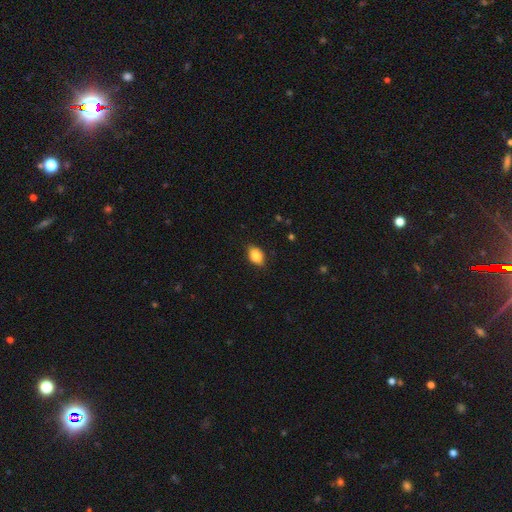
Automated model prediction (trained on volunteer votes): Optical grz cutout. It shows a smooth galaxy with no disk features (85%) that is in between round and cigar-shaped (83%). Merging: none (83%).